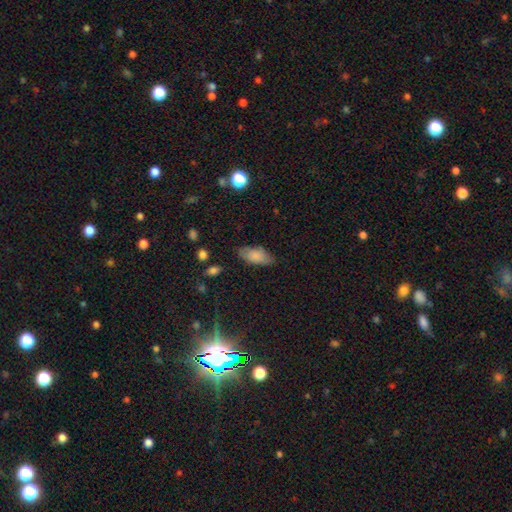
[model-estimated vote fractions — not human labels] Morphology: type=smooth (82%); roundness=in between (89%); merging=none (77%).